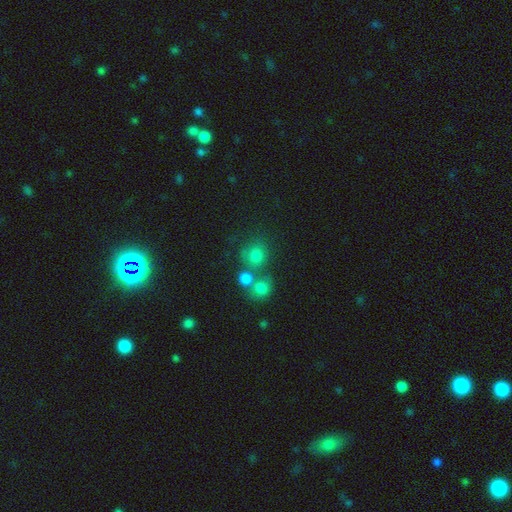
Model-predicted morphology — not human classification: The model was most divided on "merging": none: 51%, merger: 32%, minor disturbance: 11%, major disturbance: 6%. More confident: how rounded — round (84%); smooth or featured — smooth (74%).